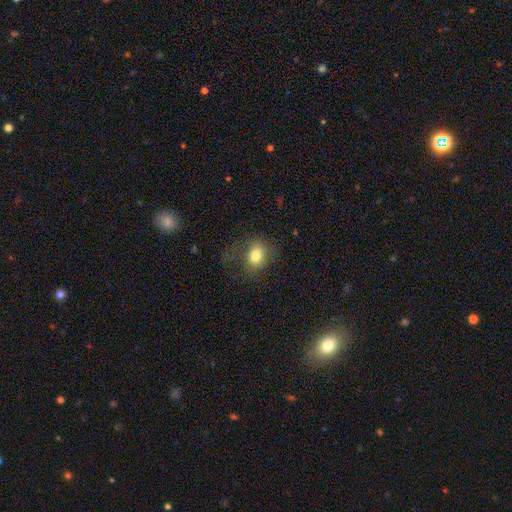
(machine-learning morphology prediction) Smooth or featured? smooth (79%)
How rounded? round (50%)
Merging? none (62%)